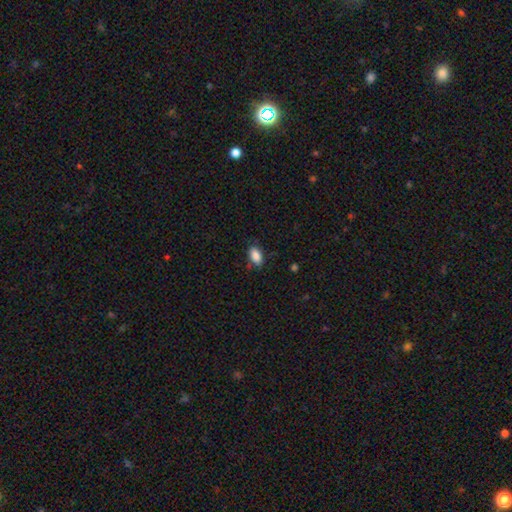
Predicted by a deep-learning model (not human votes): Overall: smooth (87%). How rounded: in between (92%). Merging: none (79%).